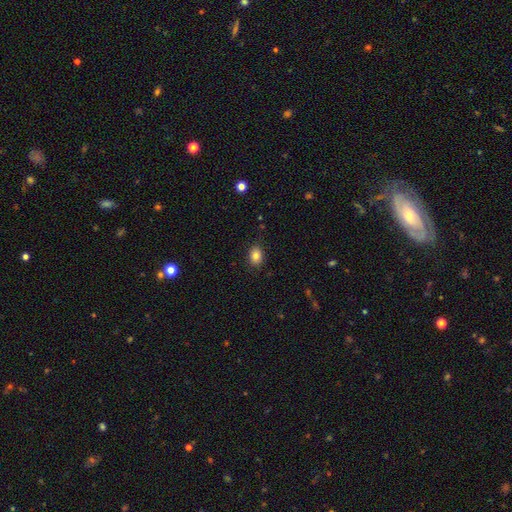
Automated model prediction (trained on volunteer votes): Overall: smooth (84%). How rounded: in between (69%; round 30%). Merging: none (87%).